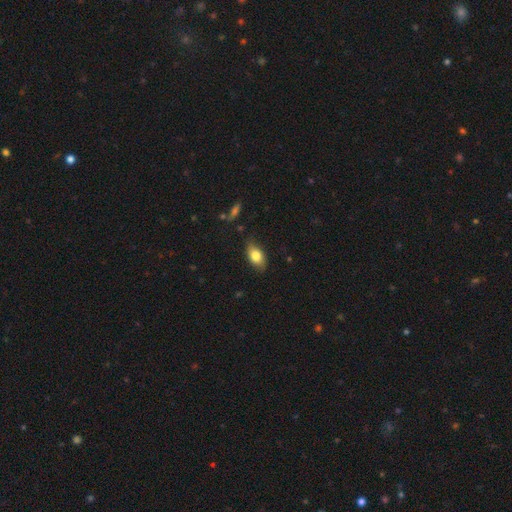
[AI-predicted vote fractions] Smooth or featured? smooth (79%)
How rounded? in between (90%)
Merging? none (79%)